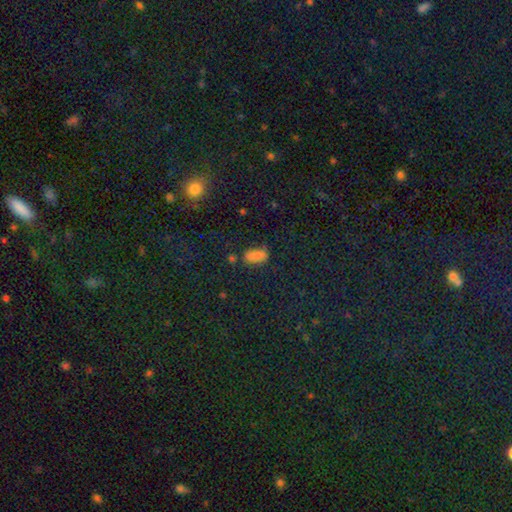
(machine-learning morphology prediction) type=smooth (70%); roundness=in between (87%); merging=none (57%).